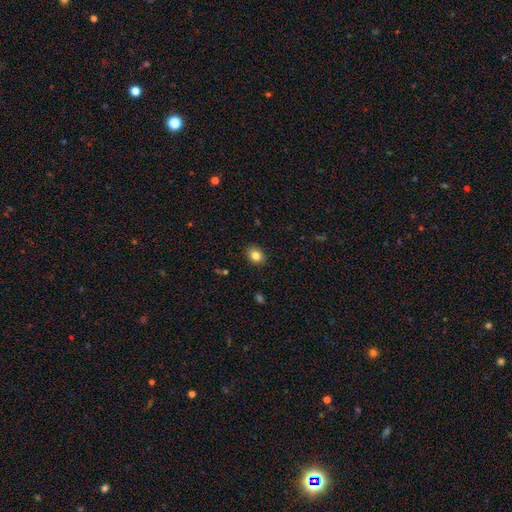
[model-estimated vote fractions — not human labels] Smooth or featured?
  - smooth: 83% *
  - star or artifact: 10%
  - featured or disk: 7%
How rounded?
  - in between: 54% *
  - round: 45%
  - cigar-shaped: 1%
Merging?
  - none: 89% *
  - minor disturbance: 8%
  - major disturbance: 2%
  - merger: 1%